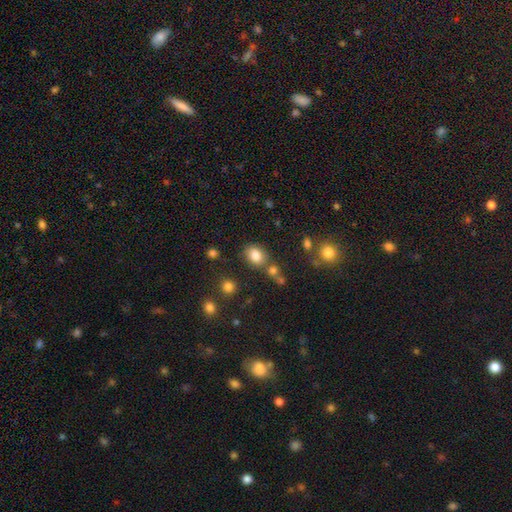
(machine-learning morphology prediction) Q: Smooth or featured?
A: smooth (82%); runner-up: star or artifact (11%)
Q: How rounded?
A: in between (60%); runner-up: round (39%)
Q: Merging?
A: none (70%); runner-up: merger (13%)